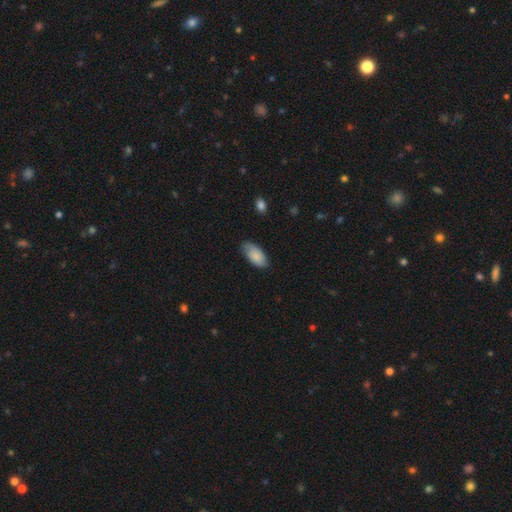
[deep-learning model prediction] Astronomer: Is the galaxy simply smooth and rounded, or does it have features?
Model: smooth — 82%.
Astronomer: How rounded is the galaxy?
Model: in between — 94%.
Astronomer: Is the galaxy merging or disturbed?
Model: none — 71%.